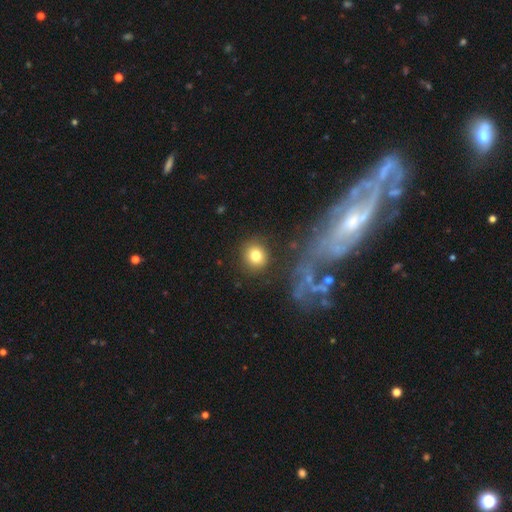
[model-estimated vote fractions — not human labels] smooth 80%, star or artifact 11%, featured or disk 9%. Down the decision tree: how rounded — round (85%); merging — none (86%).